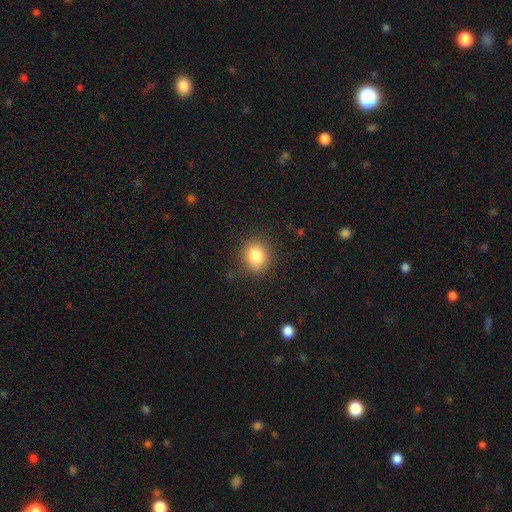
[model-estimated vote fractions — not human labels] Smooth or featured?
  - smooth: 83% *
  - star or artifact: 10%
  - featured or disk: 7%
How rounded?
  - round: 71% *
  - in between: 28%
  - cigar-shaped: 1%
Merging?
  - none: 85% *
  - minor disturbance: 10%
  - major disturbance: 3%
  - merger: 1%